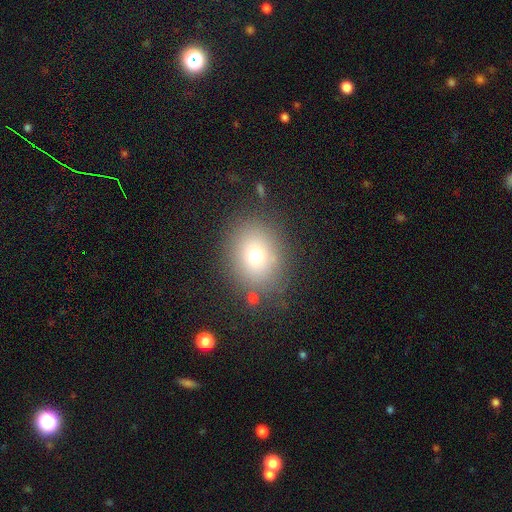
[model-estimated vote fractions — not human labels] Morphology: type=smooth (72%); roundness=round (62%); merging=none (82%).